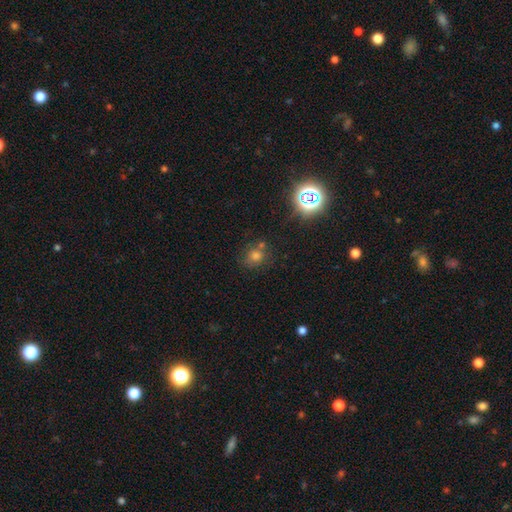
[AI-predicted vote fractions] This appears to be a smooth galaxy with no disk features (62%) that is round (77%). Merging: none (66%).